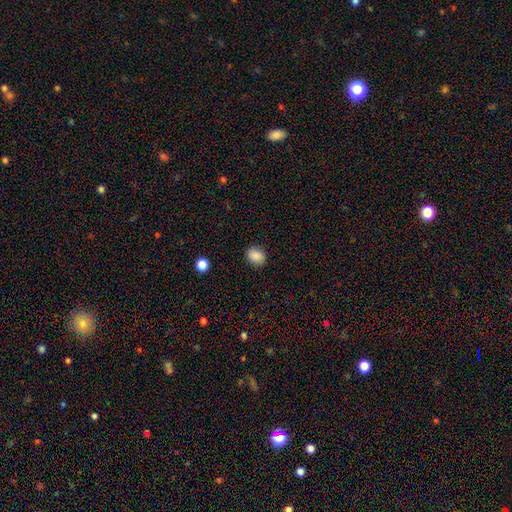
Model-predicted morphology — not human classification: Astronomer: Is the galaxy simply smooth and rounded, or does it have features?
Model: smooth — 88%.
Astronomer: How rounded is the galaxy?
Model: in between — 52% (runner-up: round, 47%).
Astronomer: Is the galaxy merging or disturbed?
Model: none — 88%.